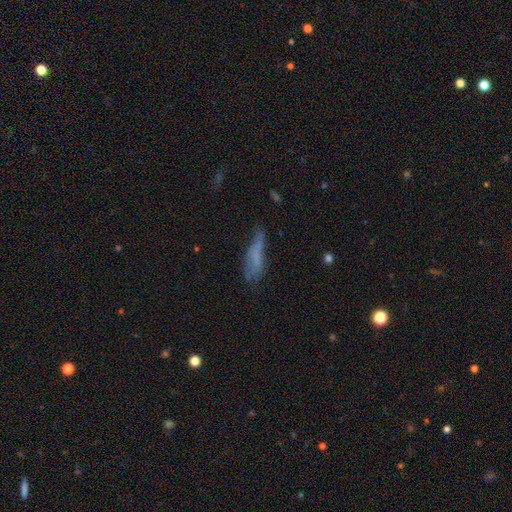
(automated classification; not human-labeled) smooth 61%, featured or disk 27%, star or artifact 12%. Down the decision tree: how rounded — cigar-shaped (68%); merging — none (48%).